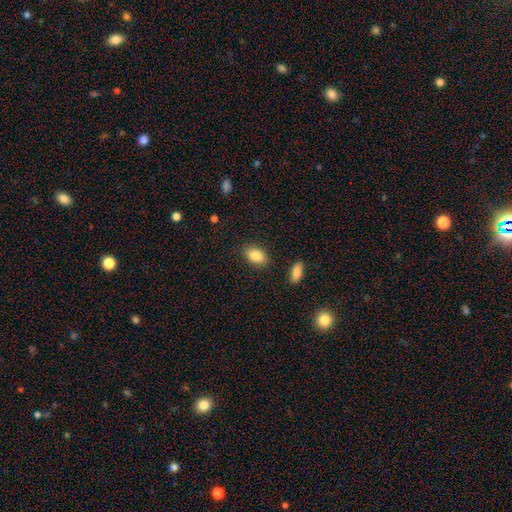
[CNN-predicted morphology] type=smooth (86%); roundness=in between (87%); merging=none (85%).